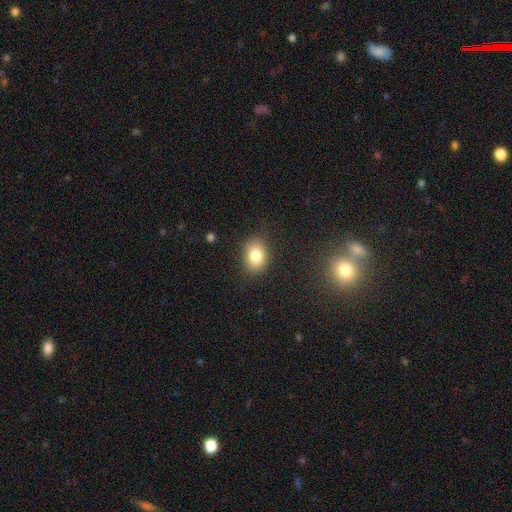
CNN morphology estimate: type=smooth (81%); roundness=in between (68%); merging=none (81%).